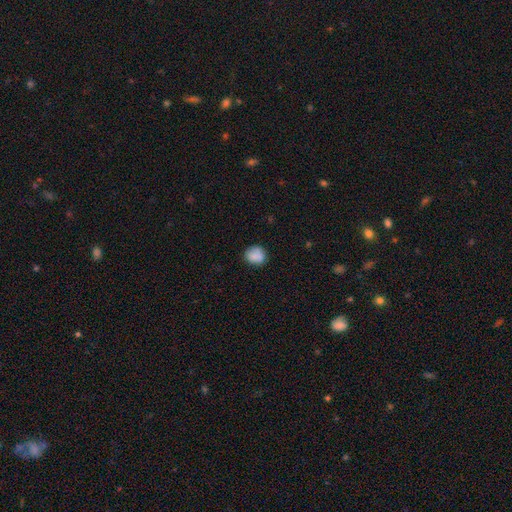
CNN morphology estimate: type=smooth (84%); roundness=round (73%); merging=none (73%).